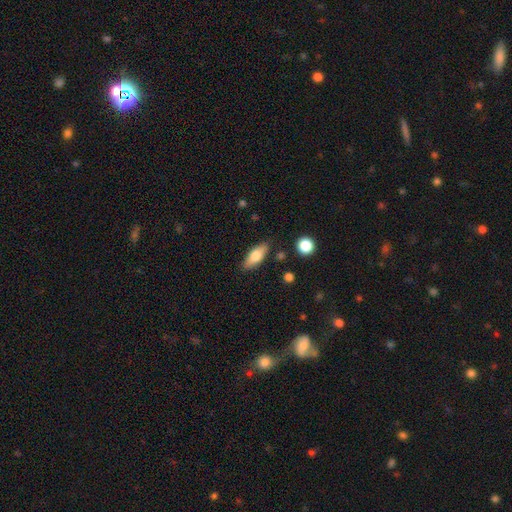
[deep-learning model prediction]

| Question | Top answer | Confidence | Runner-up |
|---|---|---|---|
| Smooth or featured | smooth | 67% | featured or disk (27%) |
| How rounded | in between | 74% | cigar-shaped (23%) |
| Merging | none | 83% | minor disturbance (12%) |